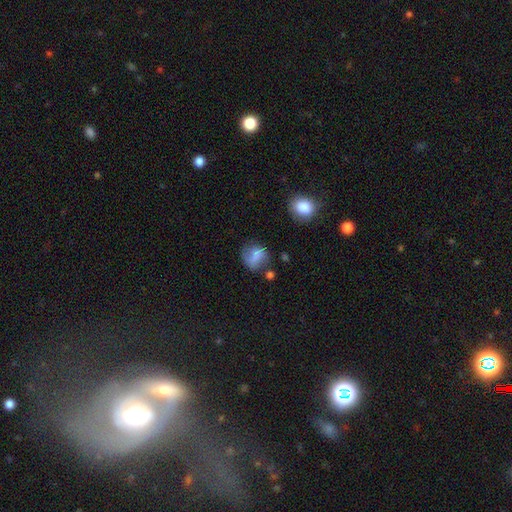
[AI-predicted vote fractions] Smooth or featured? Predicted: smooth (p=0.68). How rounded? Predicted: round (p=0.59). Merging? Predicted: none (p=0.50).